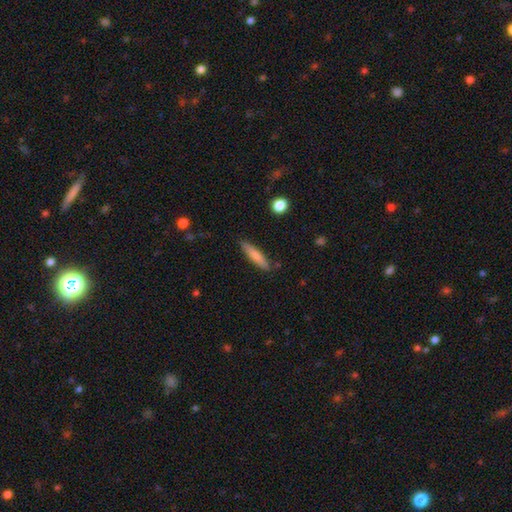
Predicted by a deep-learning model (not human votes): Smooth or featured: smooth — 73% (featured or disk — 21%)
How rounded: cigar-shaped — 88% (in between — 11%)
Merging: none — 83% (minor disturbance — 12%)